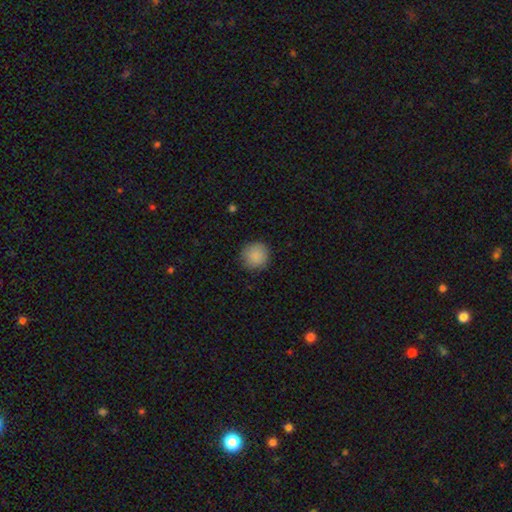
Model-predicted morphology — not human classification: Smooth or featured?
  - smooth: 88% *
  - star or artifact: 8%
  - featured or disk: 4%
How rounded?
  - round: 94% *
  - in between: 5%
  - cigar-shaped: 1%
Merging?
  - none: 89% *
  - minor disturbance: 8%
  - major disturbance: 2%
  - merger: 1%